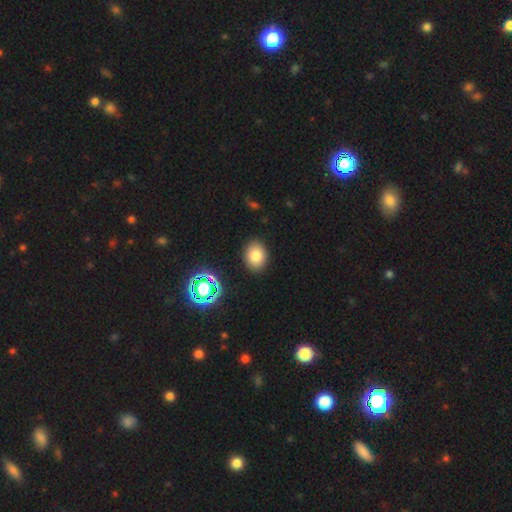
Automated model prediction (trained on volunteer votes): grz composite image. It shows a smooth galaxy with no disk features (81%) that is in between round and cigar-shaped (59%). Merging: none (88%).